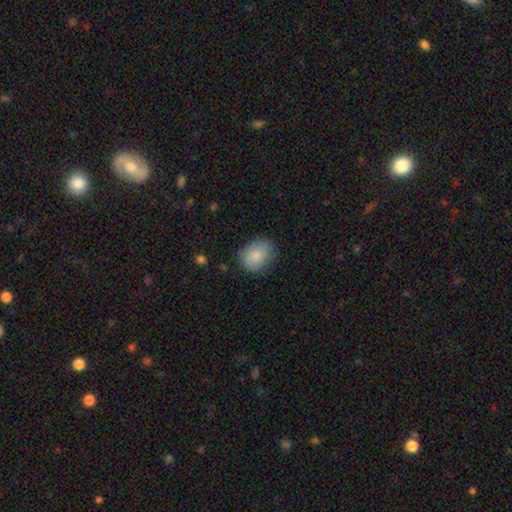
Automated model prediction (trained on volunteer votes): Smooth or featured: smooth — 84% (featured or disk — 9%)
How rounded: in between — 52% (round — 47%)
Merging: none — 74% (minor disturbance — 20%)